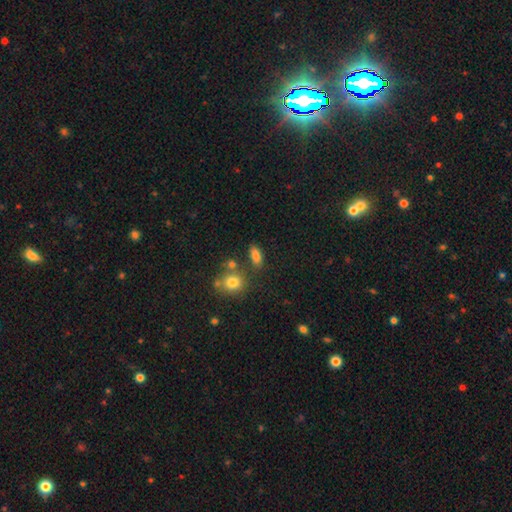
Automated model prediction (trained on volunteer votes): Smooth or featured: smooth — 81% (star or artifact — 11%)
How rounded: in between — 81% (round — 9%)
Merging: none — 72% (minor disturbance — 13%)